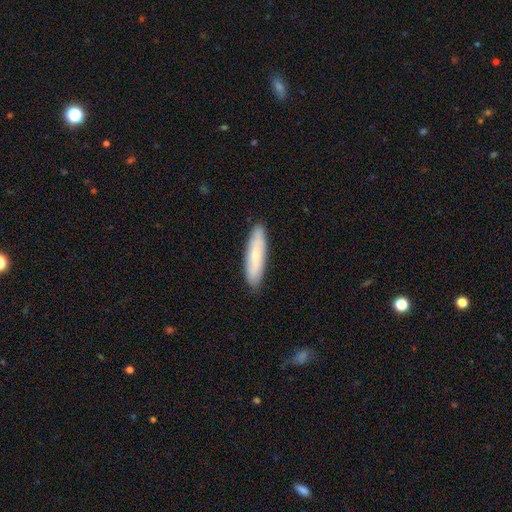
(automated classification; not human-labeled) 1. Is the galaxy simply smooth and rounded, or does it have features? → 67% smooth, 27% featured or disk, 6% star or artifact.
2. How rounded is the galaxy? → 72% cigar-shaped, 26% in between, 2% round.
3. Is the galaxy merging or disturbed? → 87% none, 10% minor disturbance, 2% major disturbance, 1% merger.